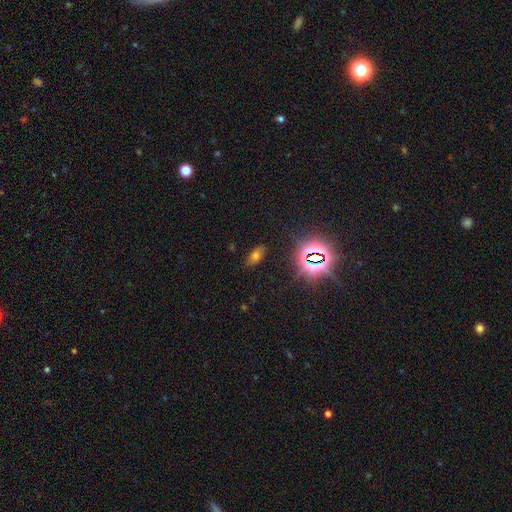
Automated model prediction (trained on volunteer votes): Smooth or featured? smooth (55%)
How rounded? in between (87%)
Merging? none (83%)